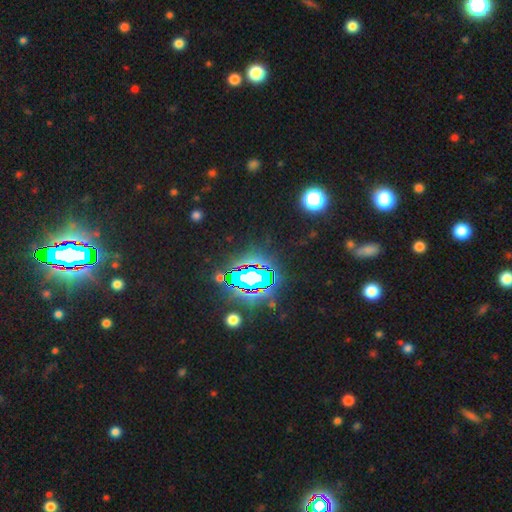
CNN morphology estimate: type=star or artifact (79%).